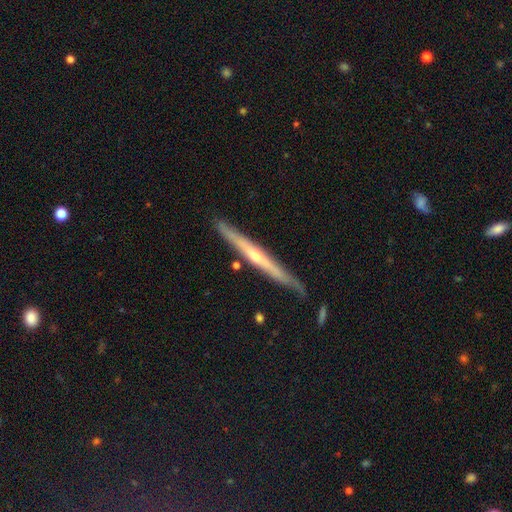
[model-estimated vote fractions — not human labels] Smooth or featured?
  - featured or disk: 75% *
  - smooth: 19%
  - star or artifact: 6%
Edge-on disk?
  - yes: 96% *
  - no: 4%
Edge-on bulge?
  - rounded: 65% *
  - none: 32%
  - boxy: 3%
Merging?
  - none: 84% *
  - minor disturbance: 12%
  - merger: 2%
  - major disturbance: 2%